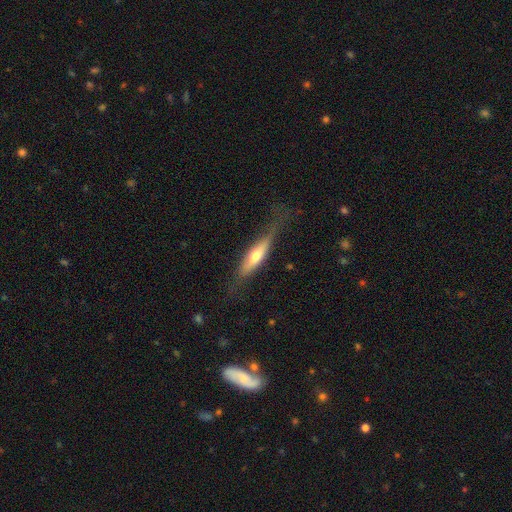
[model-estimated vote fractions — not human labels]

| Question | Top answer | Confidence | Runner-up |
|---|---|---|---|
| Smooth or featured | smooth | 49% | featured or disk (46%) |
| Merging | none | 64% | minor disturbance (23%) |